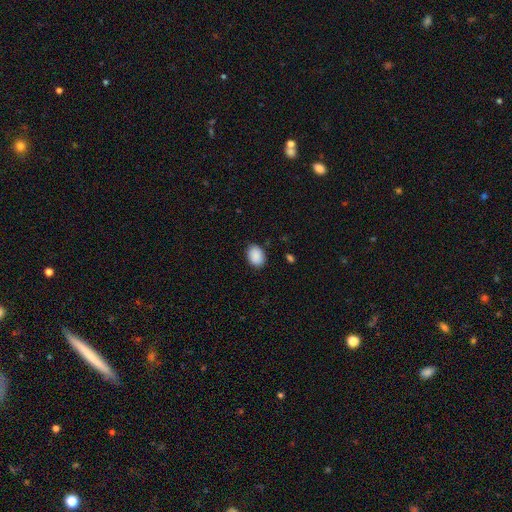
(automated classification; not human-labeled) This appears to be a smooth galaxy with no disk features (90%) that is in between round and cigar-shaped (76%). Merging: none (87%).